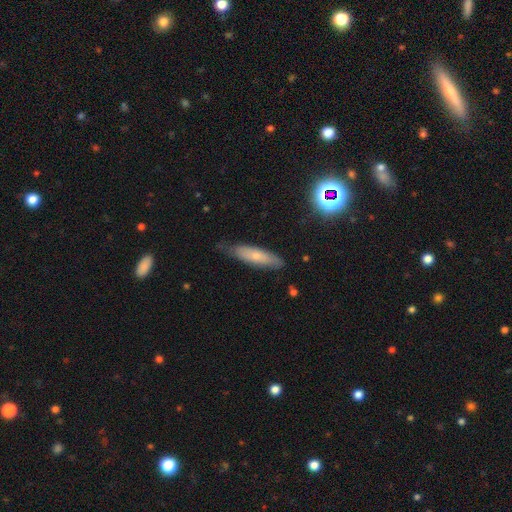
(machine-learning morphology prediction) Smooth or featured: smooth — 61% (featured or disk — 31%)
How rounded: cigar-shaped — 68% (in between — 30%)
Merging: none — 72% (minor disturbance — 23%)